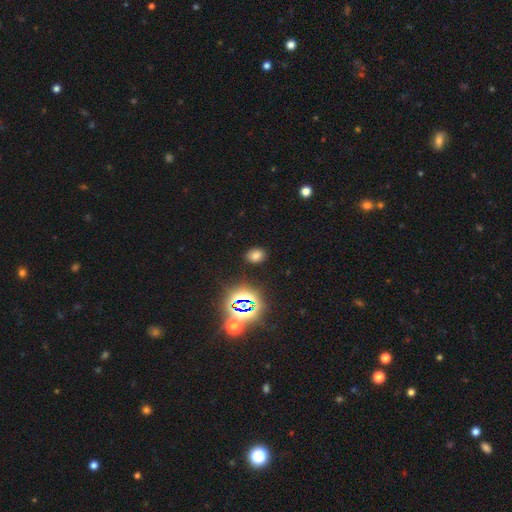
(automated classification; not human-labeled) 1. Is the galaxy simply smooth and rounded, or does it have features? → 67% smooth, 26% star or artifact, 7% featured or disk.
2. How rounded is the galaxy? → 60% in between, 39% round, 1% cigar-shaped.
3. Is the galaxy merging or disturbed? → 86% none, 9% minor disturbance, 3% major disturbance, 2% merger.